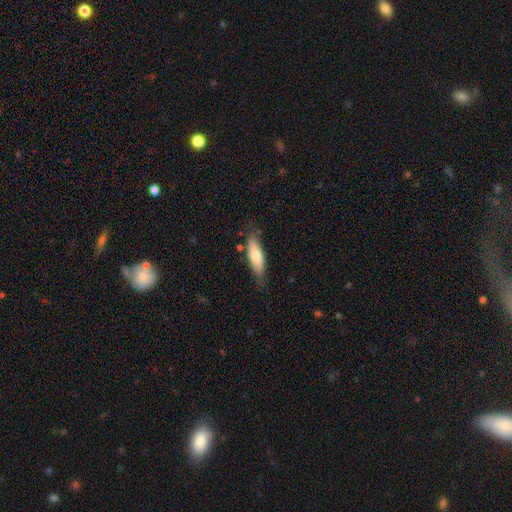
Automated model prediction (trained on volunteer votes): This is likely a smooth galaxy (73%). How rounded: possibly in between (53%). Merging: likely none (75%).